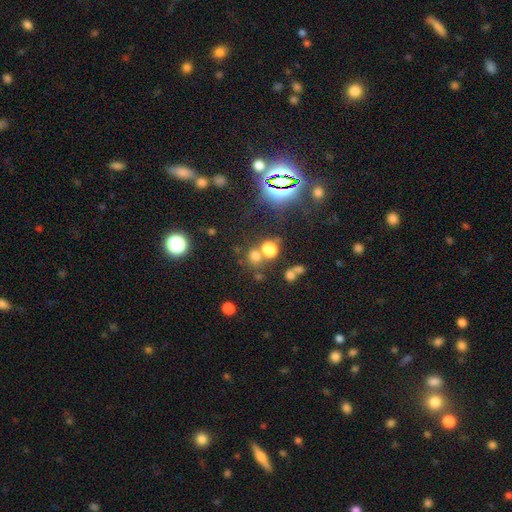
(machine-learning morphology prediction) smooth-or-featured: smooth: 57% | star or artifact: 35% | featured or disk: 8%
  how-rounded: round: 82% | in between: 17% | cigar-shaped: 1%
  merging: none: 63% | merger: 25% | minor disturbance: 8% | major disturbance: 4%